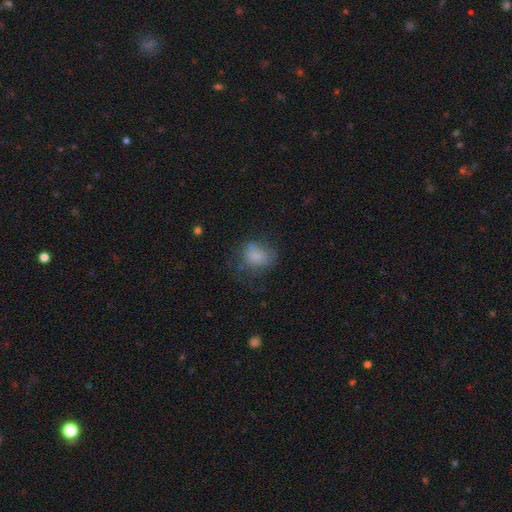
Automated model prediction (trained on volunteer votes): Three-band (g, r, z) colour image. It shows a smooth galaxy with no disk features (75%) that is in between round and cigar-shaped (60%). Merging: none (50%).